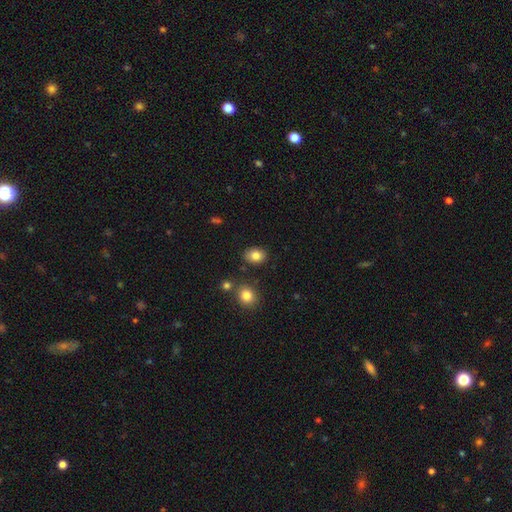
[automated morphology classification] This is clearly a smooth galaxy (83%). How rounded: likely in between (64%). Merging: clearly none (84%).